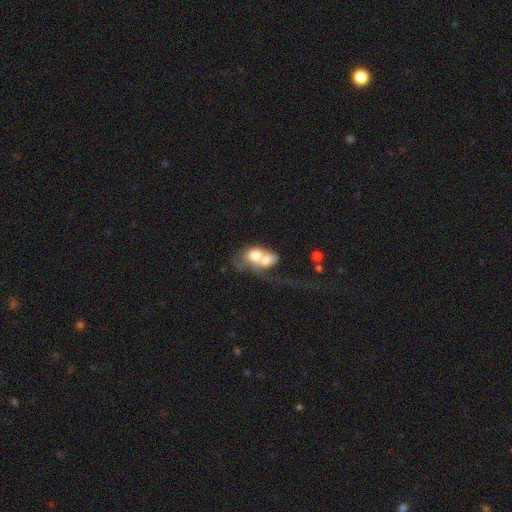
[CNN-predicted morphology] Smooth or featured?
  - smooth: 59% *
  - featured or disk: 33%
  - star or artifact: 8%
How rounded?
  - in between: 64% *
  - round: 34%
  - cigar-shaped: 2%
Merging?
  - merger: 73% *
  - major disturbance: 13%
  - none: 9%
  - minor disturbance: 5%